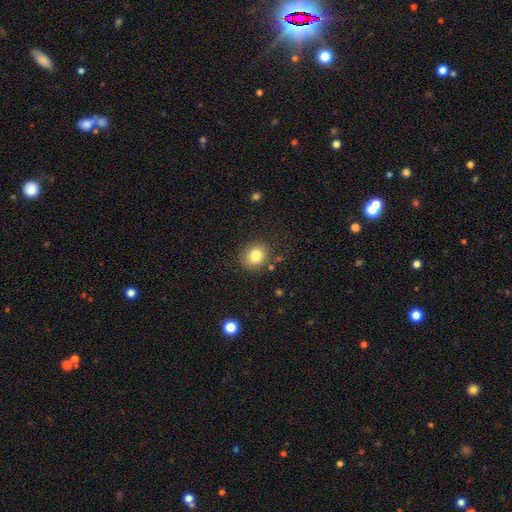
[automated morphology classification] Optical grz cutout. It shows a smooth galaxy with no disk features (81%) that is round (70%). Merging: none (83%).